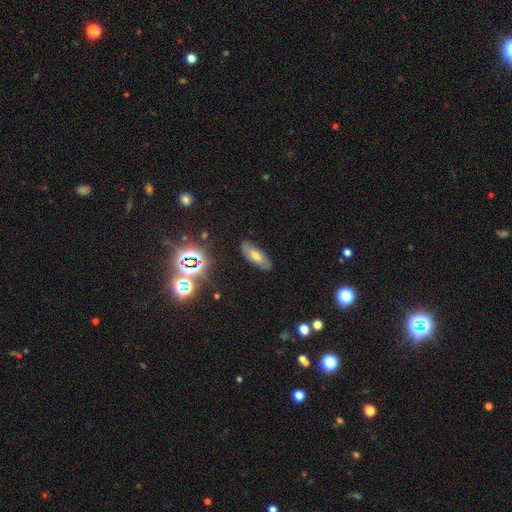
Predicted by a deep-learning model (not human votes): smooth 49%, featured or disk 34%, star or artifact 18%. Down the decision tree: merging — none (83%).